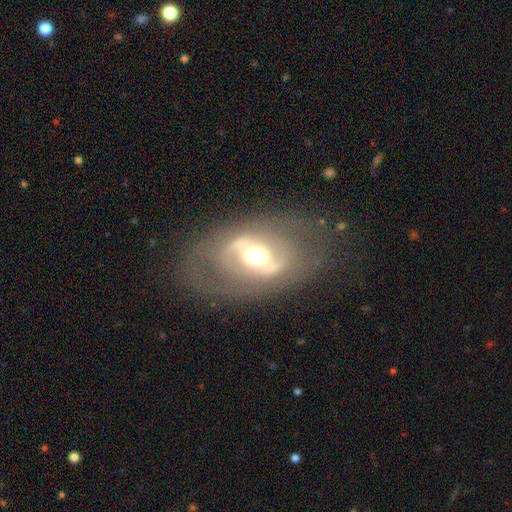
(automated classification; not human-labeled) A featured or disk galaxy (74%) with a strong bar (40%), no spiral arms (53%) and a moderate central bulge (66%).

Vote fractions:
- Smooth or featured? featured or disk: 74% / smooth: 19% / star or artifact: 7%
- Edge-on disk? no: 92% / yes: 8%
- Bar? strong: 40% / weak: 34% / no: 26%
- Spiral arms? no: 53% / yes: 47%
- Bulge size? moderate: 66% / large: 19% / small: 12% / dominant: 2% / none: 1%
- Merging? none: 74% / minor disturbance: 14% / major disturbance: 10% / merger: 1%